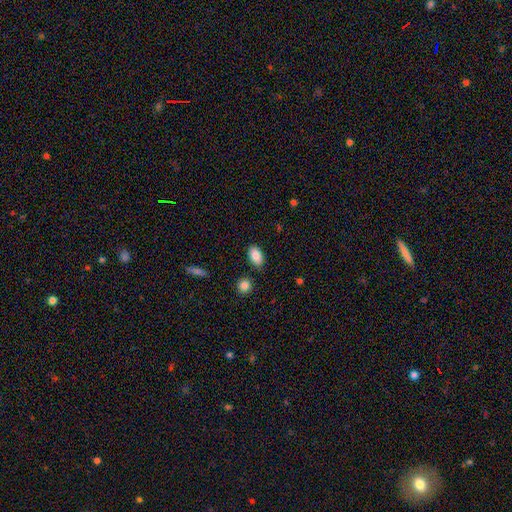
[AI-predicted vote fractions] Q: Smooth or featured?
A: smooth (87%); runner-up: star or artifact (7%)
Q: How rounded?
A: in between (92%); runner-up: round (5%)
Q: Merging?
A: none (85%); runner-up: minor disturbance (10%)